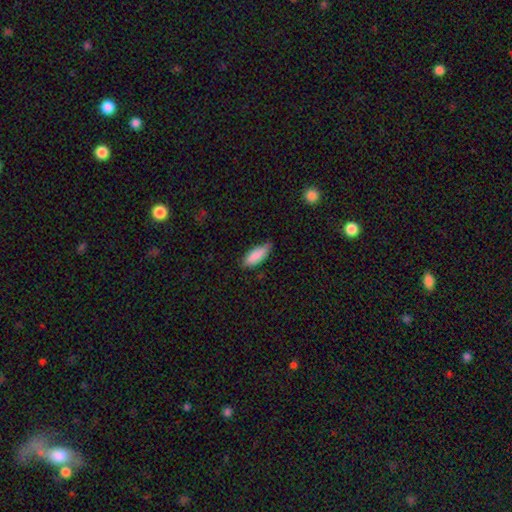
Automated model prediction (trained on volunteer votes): Smooth or featured? smooth (87%)
How rounded? in between (75%)
Merging? none (64%)